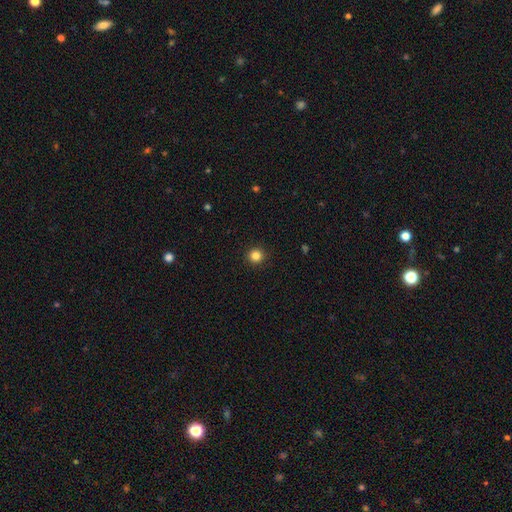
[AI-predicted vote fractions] smooth-or-featured: smooth: 84% | star or artifact: 12% | featured or disk: 4%
  how-rounded: round: 95% | in between: 4% | cigar-shaped: 1%
  merging: none: 93% | minor disturbance: 4% | major disturbance: 2% | merger: 1%